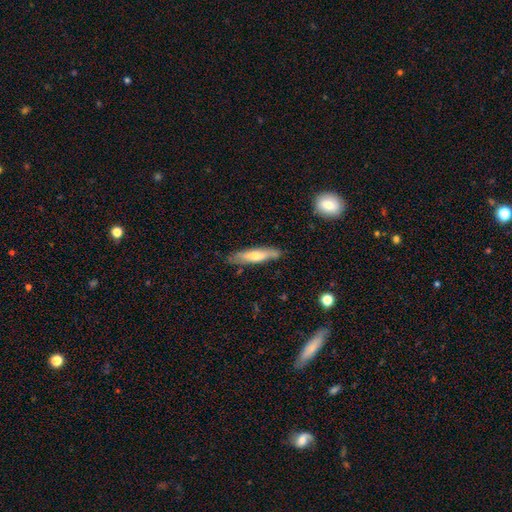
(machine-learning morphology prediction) Smooth or featured?
  - smooth: 57% *
  - featured or disk: 37%
  - star or artifact: 6%
How rounded?
  - cigar-shaped: 81% *
  - in between: 18%
  - round: 1%
Merging?
  - none: 77% *
  - minor disturbance: 18%
  - major disturbance: 3%
  - merger: 2%